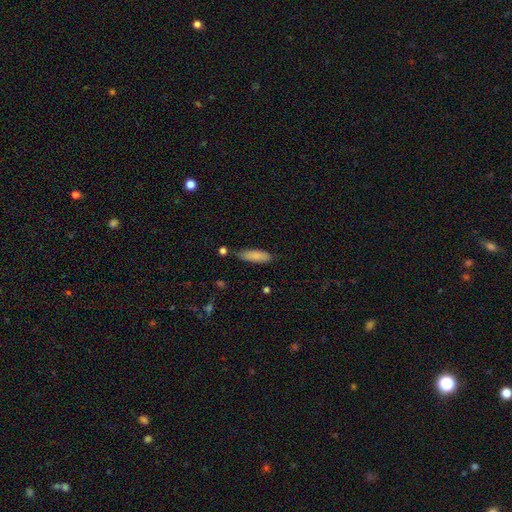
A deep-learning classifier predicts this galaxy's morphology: Smooth or featured: smooth — 84% (featured or disk — 9%)
How rounded: cigar-shaped — 49% (tied with in between — 49%)
Merging: none — 72% (minor disturbance — 20%)